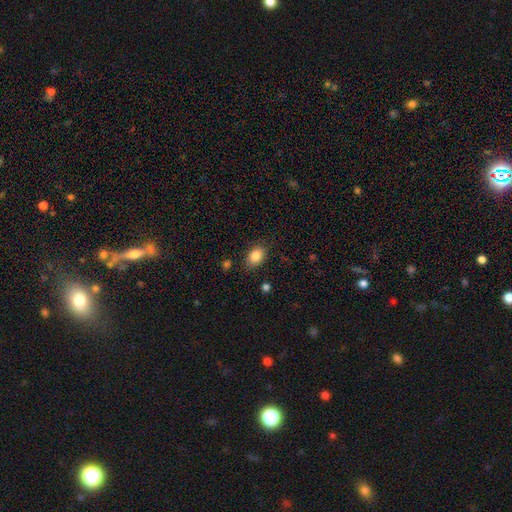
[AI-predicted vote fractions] Smooth or featured? smooth (86%)
How rounded? in between (79%)
Merging? none (82%)